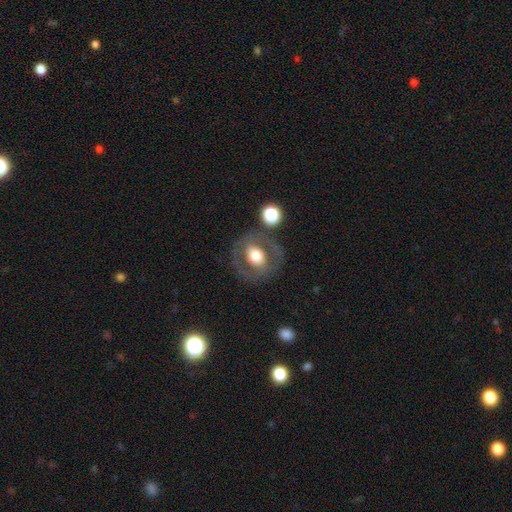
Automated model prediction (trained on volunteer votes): Smooth or featured? smooth (47%)
Merging? none (76%)